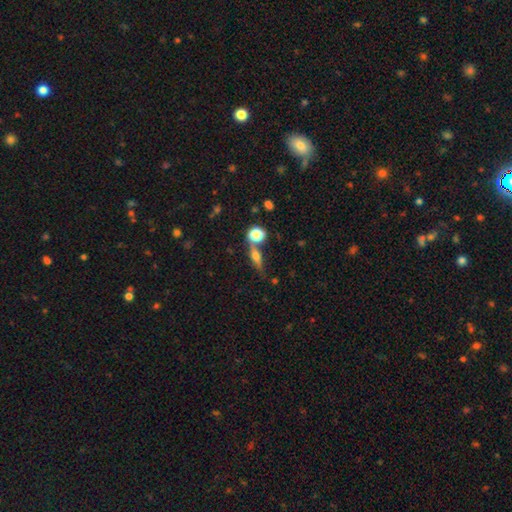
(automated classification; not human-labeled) smooth-or-featured: featured or disk: 44% | smooth: 43% | star or artifact: 13%
  merging: none: 63% | merger: 19% | minor disturbance: 13% | major disturbance: 6%